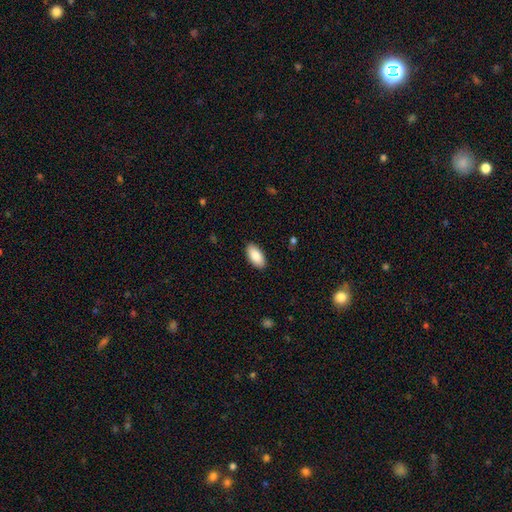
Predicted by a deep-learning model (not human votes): Overall: smooth (87%). How rounded: in between (93%). Merging: none (89%).